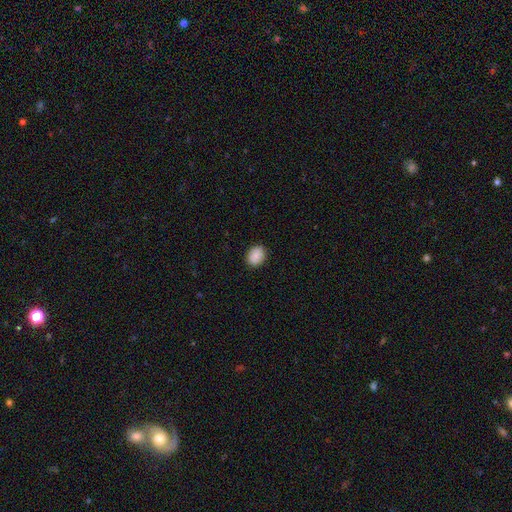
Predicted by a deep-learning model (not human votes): Morphology: type=smooth (89%); roundness=in between (56%); merging=none (89%).